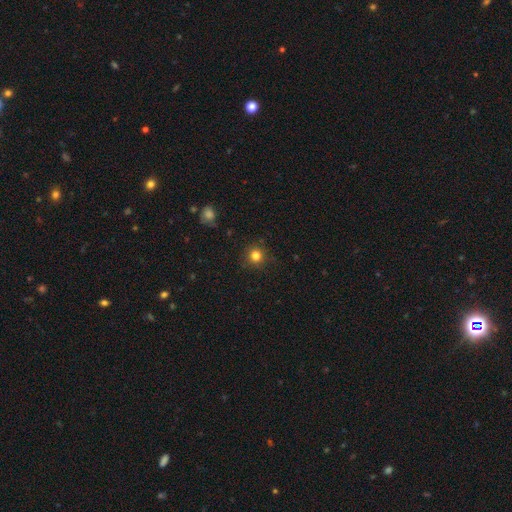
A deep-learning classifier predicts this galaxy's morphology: Smooth or featured?
  - smooth: 82% *
  - star or artifact: 13%
  - featured or disk: 5%
How rounded?
  - round: 93% *
  - in between: 7%
  - cigar-shaped: 1%
Merging?
  - none: 88% *
  - minor disturbance: 9%
  - major disturbance: 3%
  - merger: 1%